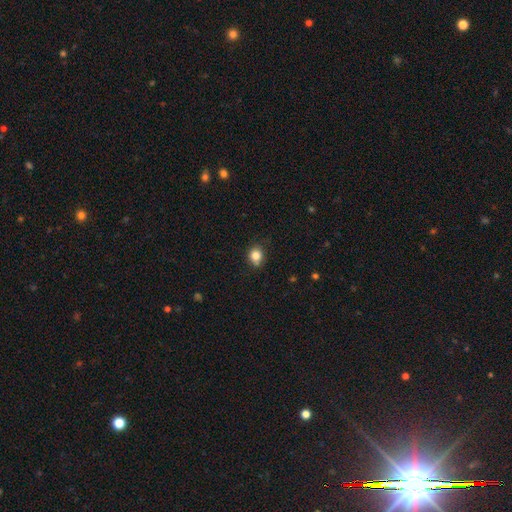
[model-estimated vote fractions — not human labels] smooth 83%, star or artifact 11%, featured or disk 6%. Down the decision tree: how rounded — round (72%); merging — none (71%).